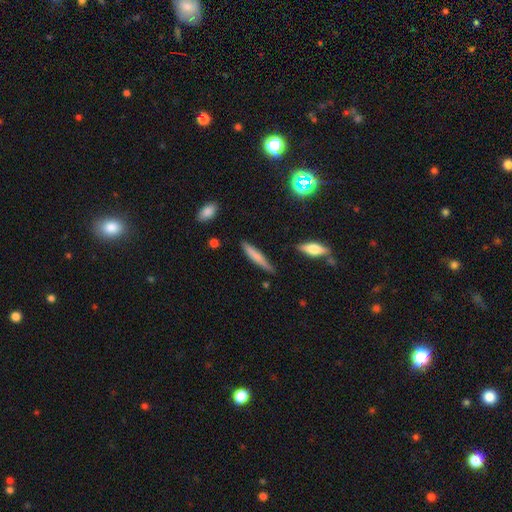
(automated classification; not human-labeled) Morphology: type=smooth (70%); roundness=cigar-shaped (90%); merging=none (83%).